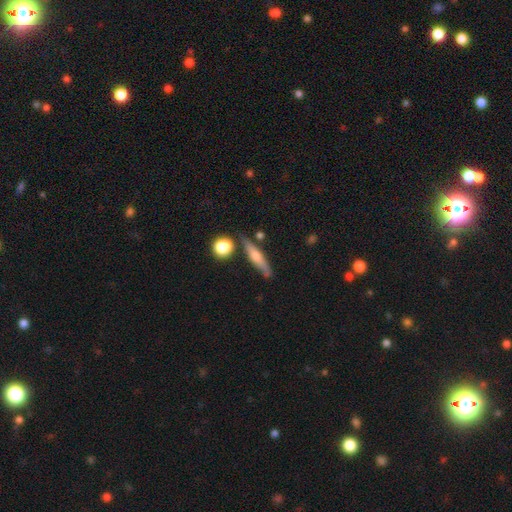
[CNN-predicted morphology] Smooth or featured? Predicted: featured or disk (p=0.47). Merging? Predicted: none (p=0.77).